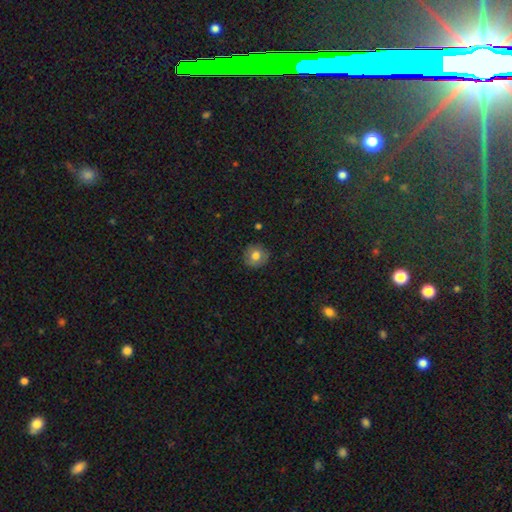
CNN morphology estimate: Smooth or featured: smooth — 76% (featured or disk — 14%)
How rounded: round — 90% (in between — 9%)
Merging: none — 87% (minor disturbance — 9%)